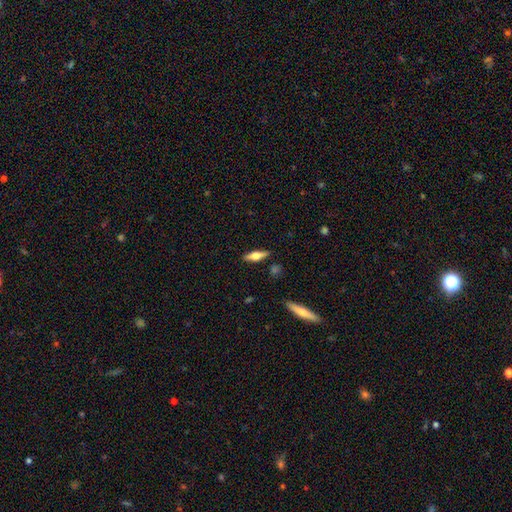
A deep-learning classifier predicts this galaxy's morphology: smooth_or_featured: featured or disk (p=0.54) [alt: smooth p=0.39]
disk_edge_on: yes (p=0.94) [alt: no p=0.06]
edge_on_bulge: rounded (p=0.92) [alt: boxy p=0.06]
merging: none (p=0.87) [alt: minor disturbance p=0.09]